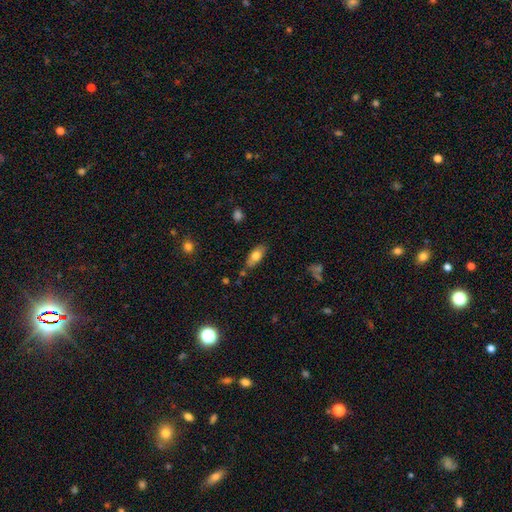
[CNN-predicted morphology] Smooth or featured? Predicted: smooth (p=0.75). How rounded? Predicted: in between (p=0.85). Merging? Predicted: none (p=0.78).